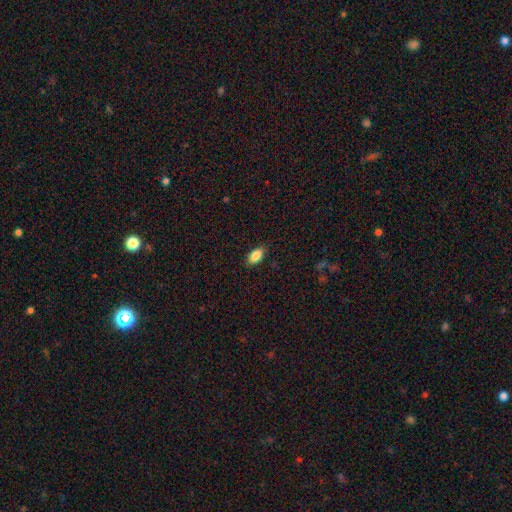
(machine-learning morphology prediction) Smooth or featured? smooth (87%)
How rounded? in between (91%)
Merging? none (88%)